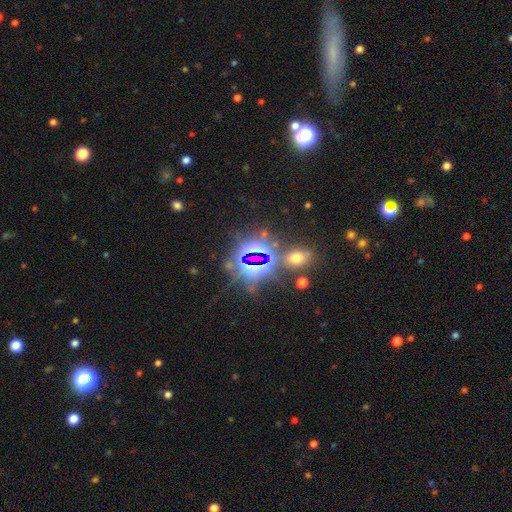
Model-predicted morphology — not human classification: Q: Smooth or featured?
A: star or artifact (77%); runner-up: smooth (15%)